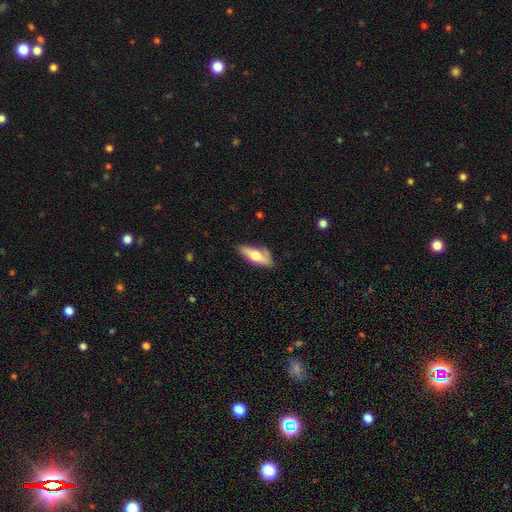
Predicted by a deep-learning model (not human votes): A smooth galaxy with no disk features (64%) that is in between round and cigar-shaped (64%). Merging: none (67%).